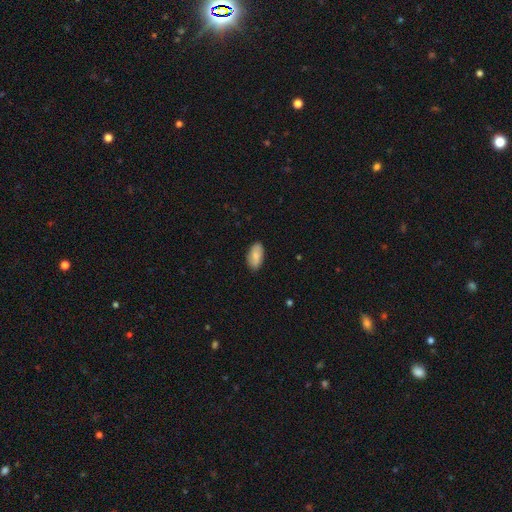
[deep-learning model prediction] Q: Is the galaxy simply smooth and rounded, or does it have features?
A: smooth — 81%.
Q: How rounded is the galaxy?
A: in between — 94%.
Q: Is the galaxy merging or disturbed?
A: none — 87%.